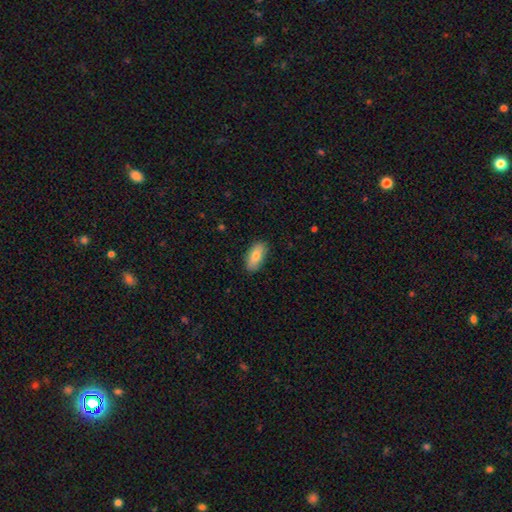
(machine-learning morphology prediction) A smooth galaxy with no disk features (80%) that is in between round and cigar-shaped (87%).

Vote fractions:
- Smooth or featured? smooth: 80% / featured or disk: 14% / star or artifact: 6%
- How rounded? in between: 87% / cigar-shaped: 10% / round: 3%
- Merging? none: 87% / minor disturbance: 10% / major disturbance: 2% / merger: 1%